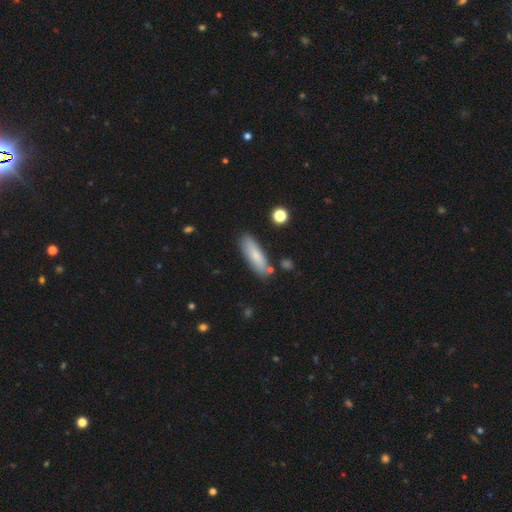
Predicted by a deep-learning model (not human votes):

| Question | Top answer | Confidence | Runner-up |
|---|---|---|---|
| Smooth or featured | smooth | 78% | featured or disk (16%) |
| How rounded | cigar-shaped | 53% | in between (45%) |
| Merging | none | 82% | minor disturbance (11%) |